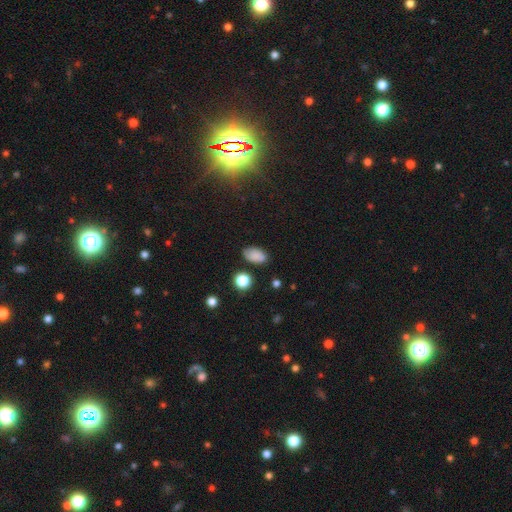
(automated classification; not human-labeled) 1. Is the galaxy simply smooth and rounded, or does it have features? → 79% smooth, 12% star or artifact, 9% featured or disk.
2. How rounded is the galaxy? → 89% in between, 9% round, 2% cigar-shaped.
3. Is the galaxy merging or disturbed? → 76% none, 17% minor disturbance, 4% major disturbance, 3% merger.